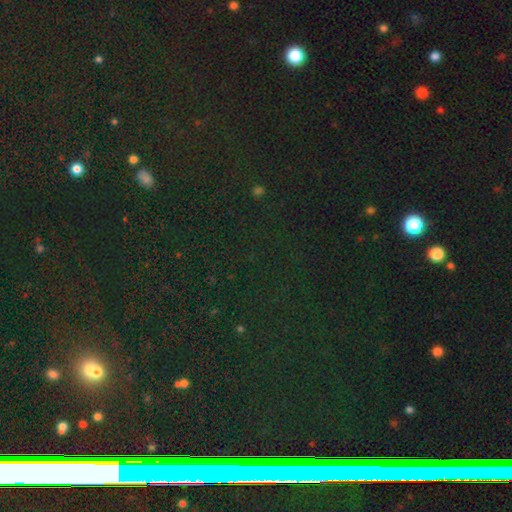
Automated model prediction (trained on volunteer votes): A star or artifact, not a galaxy (79%).

Vote fractions:
- Smooth or featured? star or artifact: 79% / smooth: 13% / featured or disk: 8%